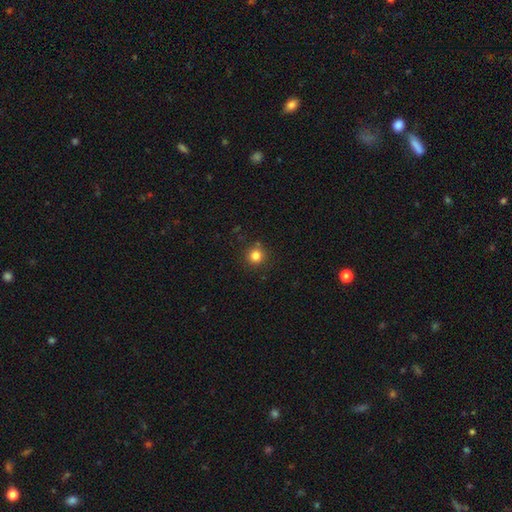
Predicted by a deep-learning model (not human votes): This is clearly a smooth galaxy (82%). How rounded: clearly round (93%). Merging: clearly none (87%).